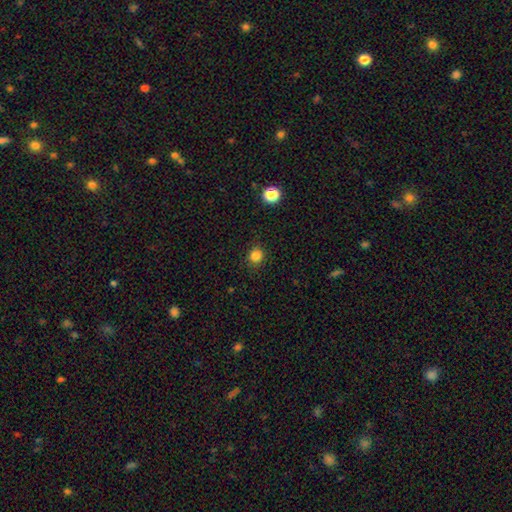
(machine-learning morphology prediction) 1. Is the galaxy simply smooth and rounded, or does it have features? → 84% smooth, 13% star or artifact, 4% featured or disk.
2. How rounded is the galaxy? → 87% round, 12% in between, 1% cigar-shaped.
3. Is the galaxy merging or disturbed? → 89% none, 7% minor disturbance, 2% major disturbance, 1% merger.